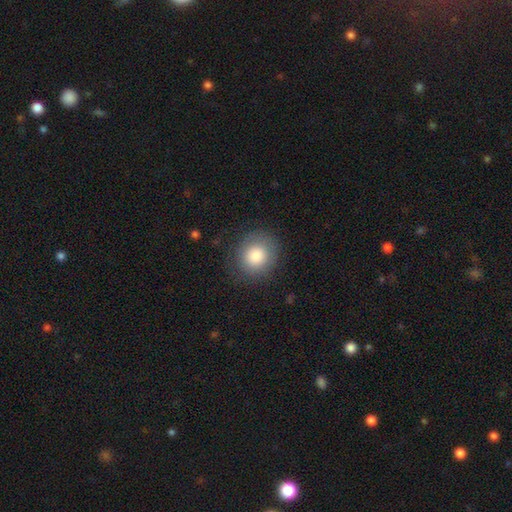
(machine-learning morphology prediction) This is clearly a smooth galaxy (82%). How rounded: clearly round (85%). Merging: clearly none (84%).